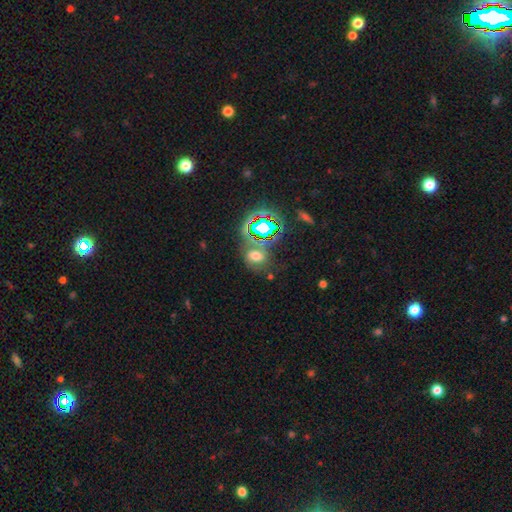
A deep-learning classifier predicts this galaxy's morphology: A smooth galaxy with no disk features (42%).

Vote fractions:
- Smooth or featured? smooth: 42% / star or artifact: 37% / featured or disk: 21%
- Merging? none: 52% / minor disturbance: 18% / merger: 17% / major disturbance: 12%